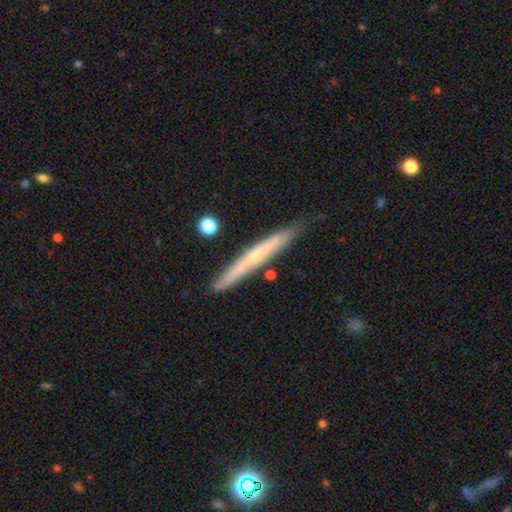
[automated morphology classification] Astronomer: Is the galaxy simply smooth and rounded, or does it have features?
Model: featured or disk — 54% (runner-up: smooth, 40%).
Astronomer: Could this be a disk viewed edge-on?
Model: yes — 93%.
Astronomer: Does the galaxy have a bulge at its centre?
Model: none — 57% (runner-up: rounded, 39%).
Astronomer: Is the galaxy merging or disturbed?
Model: none — 80%.